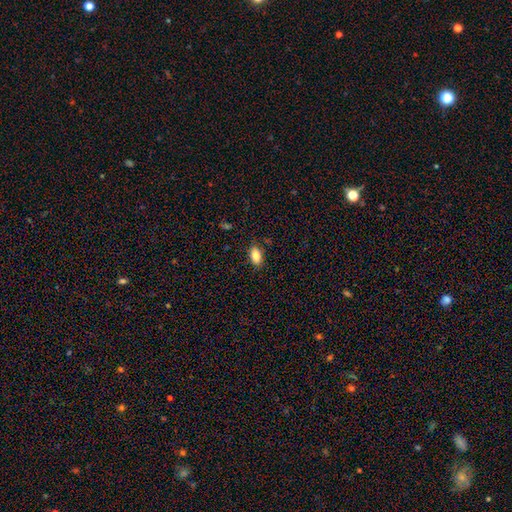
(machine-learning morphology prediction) Q: Smooth or featured?
A: smooth (84%); runner-up: star or artifact (8%)
Q: How rounded?
A: in between (90%); runner-up: round (5%)
Q: Merging?
A: none (85%); runner-up: minor disturbance (11%)